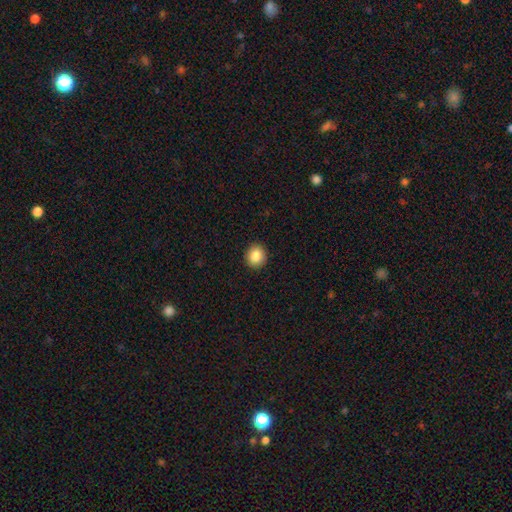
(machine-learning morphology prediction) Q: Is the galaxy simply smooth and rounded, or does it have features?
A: smooth — 87%.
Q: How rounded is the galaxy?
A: round — 85%.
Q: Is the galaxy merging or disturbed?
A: none — 92%.